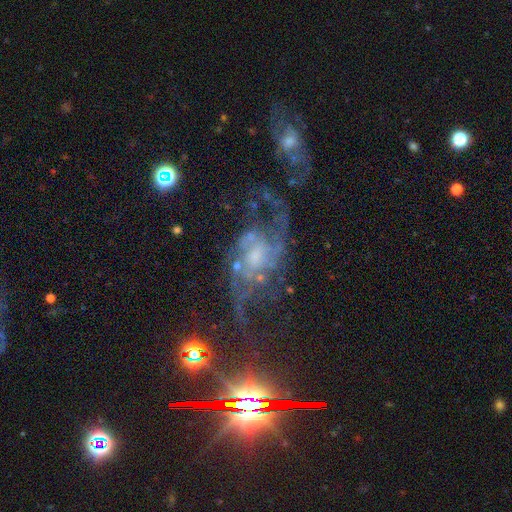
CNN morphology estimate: The model was most divided on "spiral winding": loose: 44%, medium: 41%, tight: 15%. Remaining: edge-on disk — no (96%); spiral arms — yes (92%); smooth or featured — featured or disk (82%); spiral arm count — 2 (67%); bar — no (53%); merging — none (46%); bulge size — small (40%).